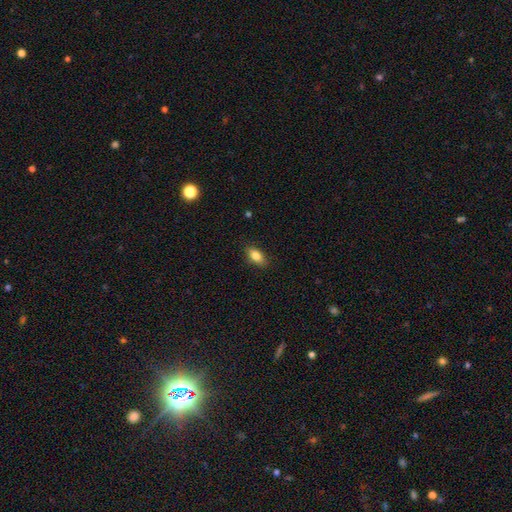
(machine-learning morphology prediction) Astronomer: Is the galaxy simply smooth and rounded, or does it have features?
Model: smooth — 83%.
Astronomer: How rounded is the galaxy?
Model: in between — 86%.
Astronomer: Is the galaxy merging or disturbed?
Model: none — 86%.